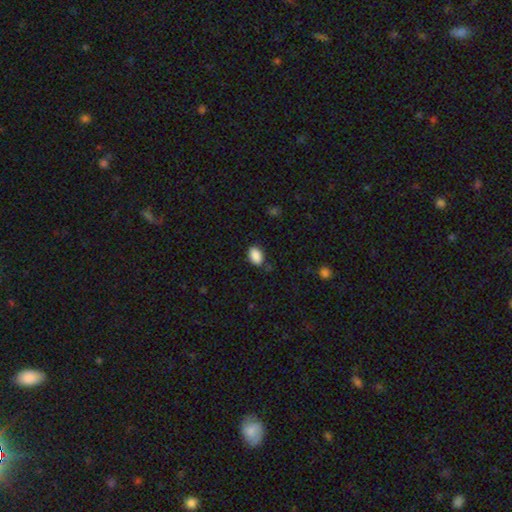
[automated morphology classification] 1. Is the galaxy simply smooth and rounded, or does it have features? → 89% smooth, 8% star or artifact, 4% featured or disk.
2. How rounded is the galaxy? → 88% in between, 10% round, 1% cigar-shaped.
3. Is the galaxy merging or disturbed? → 76% none, 19% minor disturbance, 4% major disturbance, 2% merger.